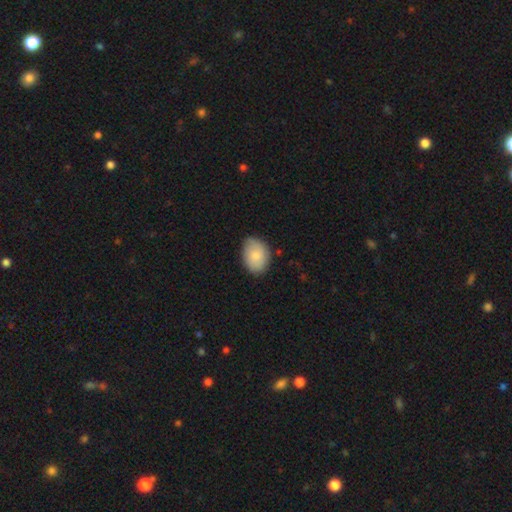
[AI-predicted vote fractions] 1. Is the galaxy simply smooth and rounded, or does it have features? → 81% smooth, 13% featured or disk, 6% star or artifact.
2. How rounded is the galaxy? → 75% in between, 24% round, 1% cigar-shaped.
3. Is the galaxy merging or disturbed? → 75% none, 20% minor disturbance, 3% major disturbance, 1% merger.